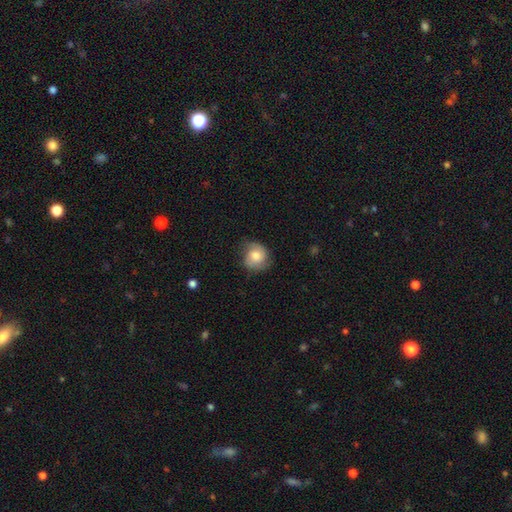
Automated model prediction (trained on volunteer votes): Smooth or featured: smooth — 65% (featured or disk — 27%)
How rounded: round — 78% (in between — 21%)
Merging: none — 63% (minor disturbance — 27%)